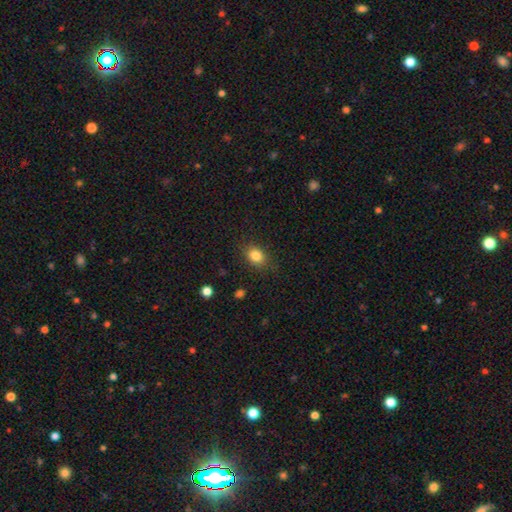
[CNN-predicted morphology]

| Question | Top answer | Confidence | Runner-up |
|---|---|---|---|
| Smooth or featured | smooth | 84% | star or artifact (10%) |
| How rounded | in between | 64% | round (35%) |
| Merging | none | 84% | minor disturbance (11%) |